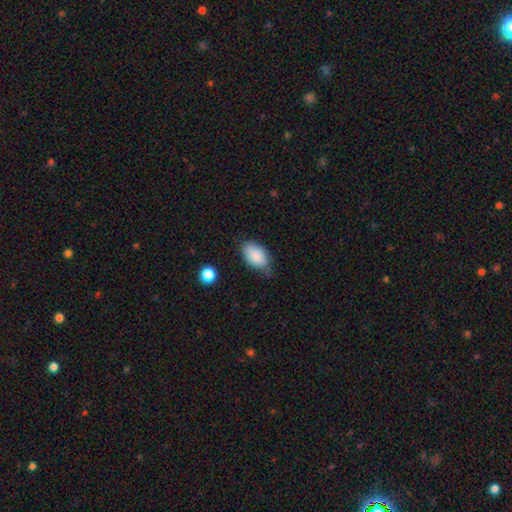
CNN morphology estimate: smooth-or-featured: smooth: 86% | featured or disk: 7% | star or artifact: 7%
  how-rounded: in between: 92% | round: 6% | cigar-shaped: 2%
  merging: none: 51% | minor disturbance: 39% | major disturbance: 8% | merger: 3%